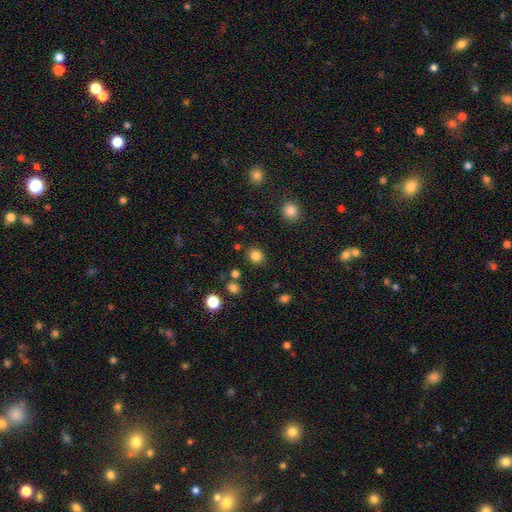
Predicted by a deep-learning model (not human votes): Smooth or featured: smooth — 83% (star or artifact — 12%)
How rounded: round — 77% (in between — 22%)
Merging: none — 86% (minor disturbance — 8%)